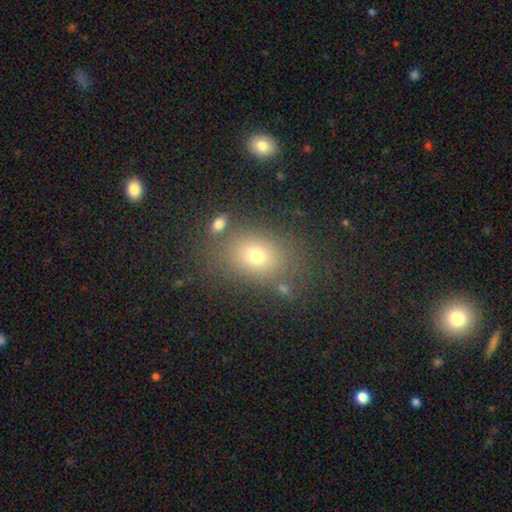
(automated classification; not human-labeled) This appears to be a smooth galaxy with no disk features (69%) that is in between round and cigar-shaped (61%). Merging: none (78%).